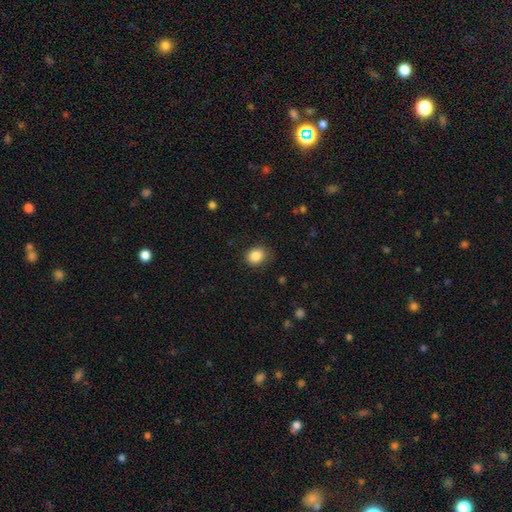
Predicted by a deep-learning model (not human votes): A smooth galaxy with no disk features (86%) that is round (60%).

Vote fractions:
- Smooth or featured? smooth: 86% / star or artifact: 9% / featured or disk: 5%
- How rounded? round: 60% / in between: 39% / cigar-shaped: 1%
- Merging? none: 83% / minor disturbance: 13% / major disturbance: 3% / merger: 1%